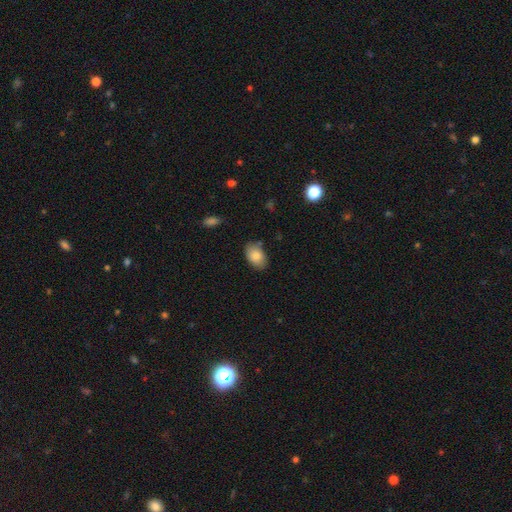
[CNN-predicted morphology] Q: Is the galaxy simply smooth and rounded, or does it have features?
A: smooth — 84%.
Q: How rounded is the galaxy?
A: in between — 89%.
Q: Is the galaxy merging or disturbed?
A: none — 77%.